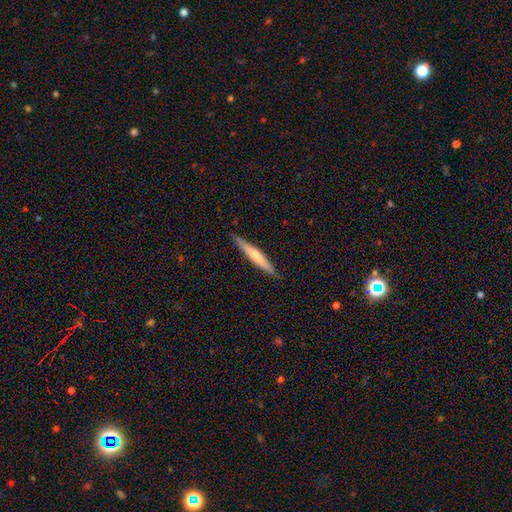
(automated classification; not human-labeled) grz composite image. It shows a smooth galaxy with no disk features (51%) that is cigar-shaped (94%). Merging: none (88%).